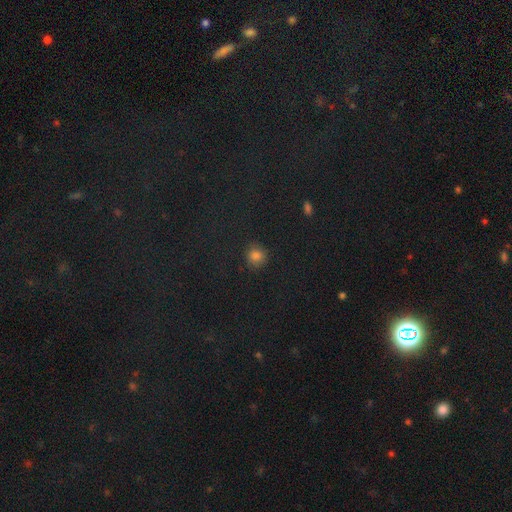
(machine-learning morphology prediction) type=smooth (80%); roundness=round (90%); merging=none (87%).